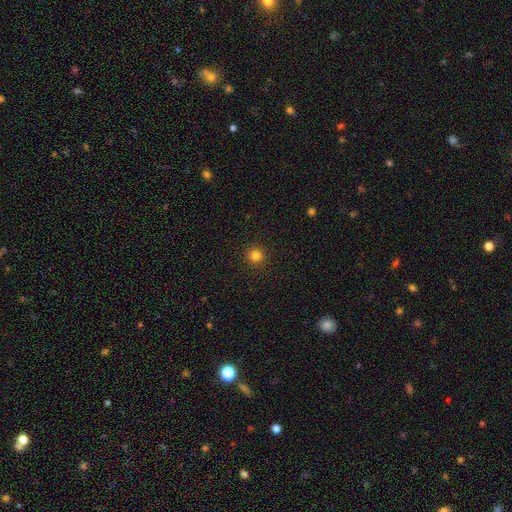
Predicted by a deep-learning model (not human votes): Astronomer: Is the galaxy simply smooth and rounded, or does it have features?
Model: smooth — 82%.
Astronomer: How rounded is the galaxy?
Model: round — 95%.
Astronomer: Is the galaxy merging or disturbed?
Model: none — 93%.